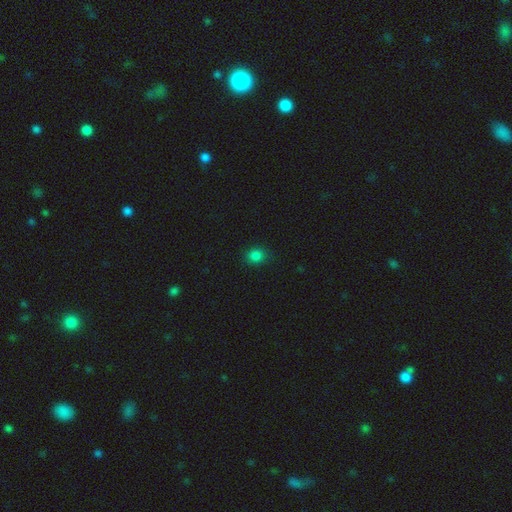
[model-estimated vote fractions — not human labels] smooth 81%, star or artifact 15%, featured or disk 4%. Down the decision tree: how rounded — round (72%); merging — none (85%).